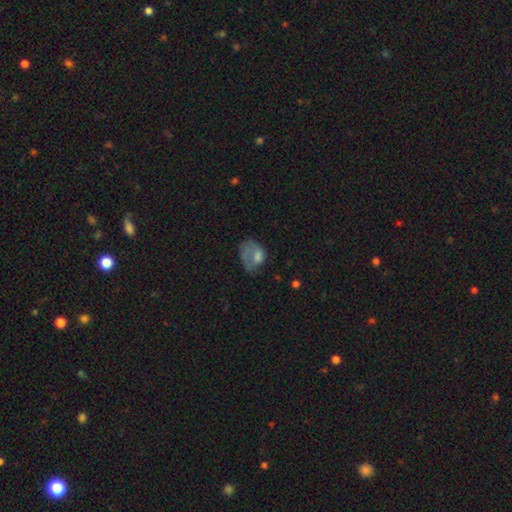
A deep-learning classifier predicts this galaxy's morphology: A smooth galaxy with no disk features (58%) that is in between round and cigar-shaped (74%). Merging: major disturbance (48%).